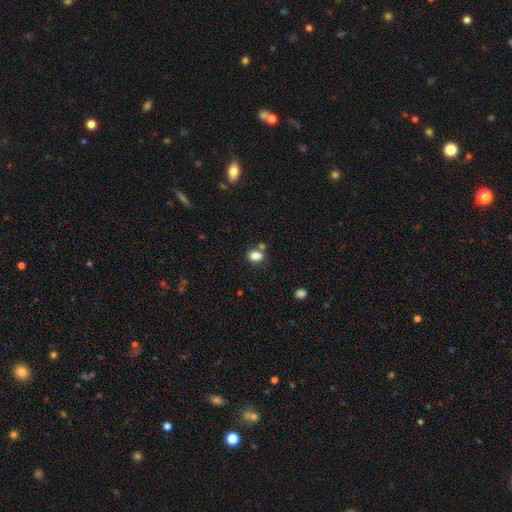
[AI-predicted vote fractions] A smooth galaxy with no disk features (84%) that is in between round and cigar-shaped (70%).

Vote fractions:
- Smooth or featured? smooth: 84% / star or artifact: 11% / featured or disk: 6%
- How rounded? in between: 70% / round: 28% / cigar-shaped: 1%
- Merging? none: 68% / merger: 16% / minor disturbance: 13% / major disturbance: 4%